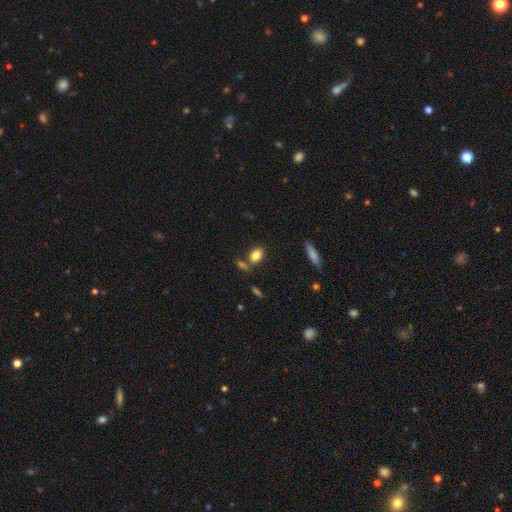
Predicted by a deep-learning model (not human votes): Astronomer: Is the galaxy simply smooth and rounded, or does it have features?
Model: smooth — 81%.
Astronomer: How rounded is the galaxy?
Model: in between — 84%.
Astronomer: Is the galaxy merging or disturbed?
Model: none — 65%.